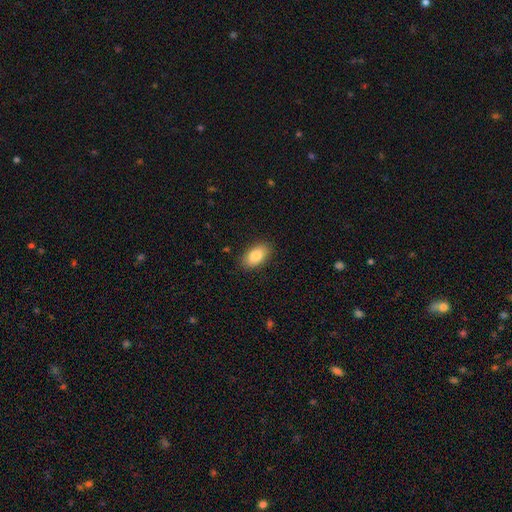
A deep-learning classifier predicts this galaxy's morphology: type=smooth (85%); roundness=in between (93%); merging=none (87%).